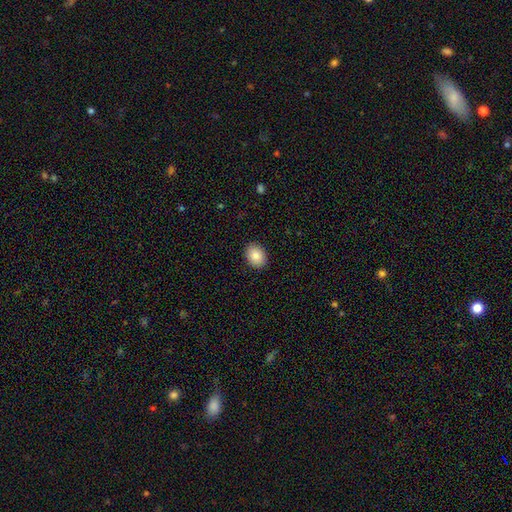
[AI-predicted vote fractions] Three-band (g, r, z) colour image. It shows a smooth galaxy with no disk features (86%) that is in between round and cigar-shaped (62%). Merging: none (90%).